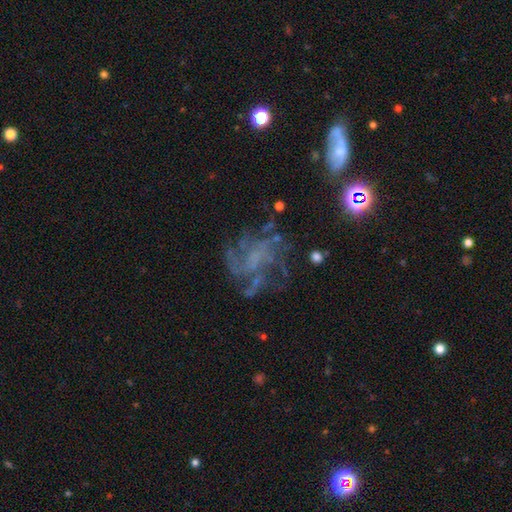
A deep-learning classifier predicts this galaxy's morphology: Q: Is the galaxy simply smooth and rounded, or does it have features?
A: featured or disk — 69%.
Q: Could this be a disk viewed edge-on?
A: no — 97%.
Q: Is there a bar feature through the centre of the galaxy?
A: no — 65%.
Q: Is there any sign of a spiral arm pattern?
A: yes — 78%.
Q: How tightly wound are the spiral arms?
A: medium — 42%.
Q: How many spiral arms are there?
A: can't tell — 40%.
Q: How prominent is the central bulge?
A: none — 59%.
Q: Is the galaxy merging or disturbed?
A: none — 59%.